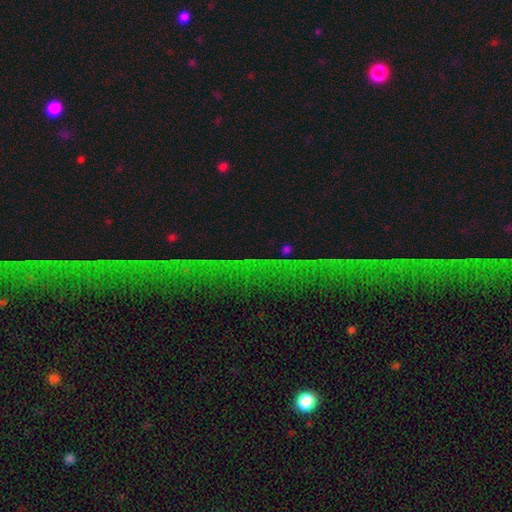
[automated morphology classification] smooth_or_featured: star or artifact (p=0.76) [alt: featured or disk p=0.14]